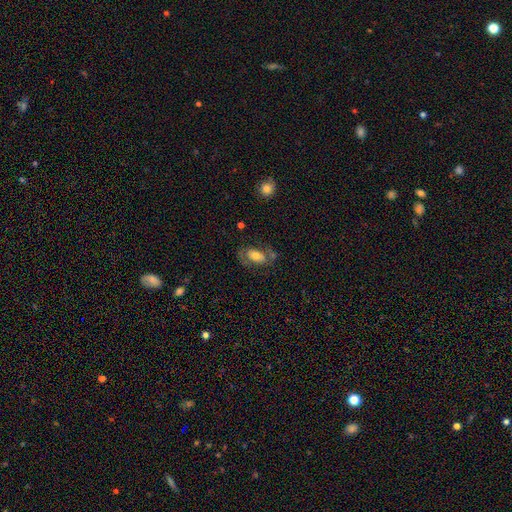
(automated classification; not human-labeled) Overall: smooth (53%; featured or disk 40%). How rounded: in between (90%). Merging: none (57%; minor disturbance 20%).